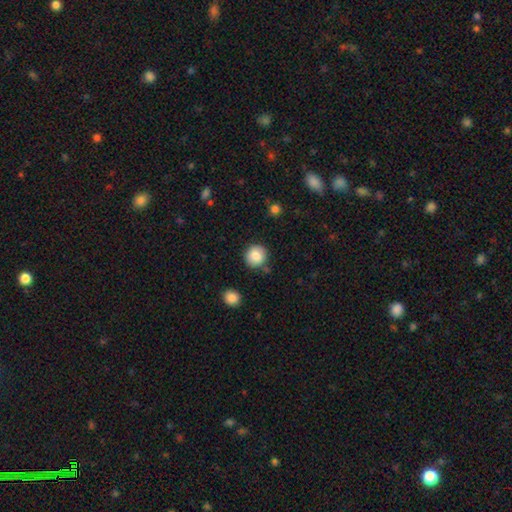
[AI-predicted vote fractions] This appears to be a smooth galaxy with no disk features (85%) that is round (92%). Merging: none (85%).